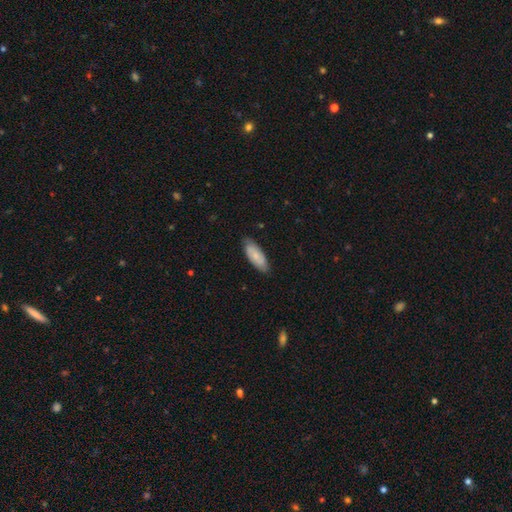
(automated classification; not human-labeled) smooth-or-featured: smooth: 68% | featured or disk: 27% | star or artifact: 5%
  how-rounded: in between: 77% | cigar-shaped: 22% | round: 2%
  merging: none: 80% | minor disturbance: 16% | major disturbance: 3% | merger: 1%